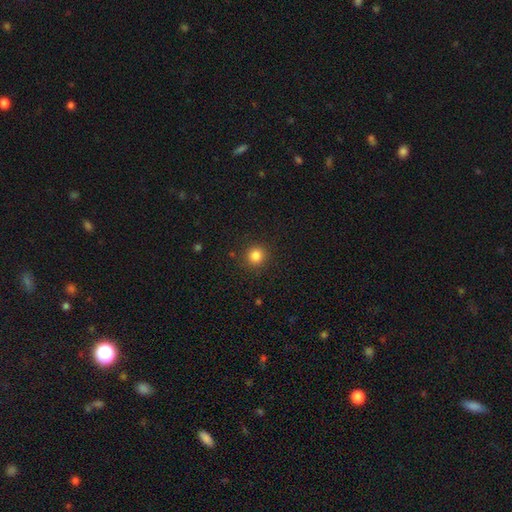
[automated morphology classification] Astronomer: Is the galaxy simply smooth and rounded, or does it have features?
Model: smooth — 83%.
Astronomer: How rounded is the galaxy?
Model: round — 93%.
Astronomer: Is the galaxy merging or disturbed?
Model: none — 90%.